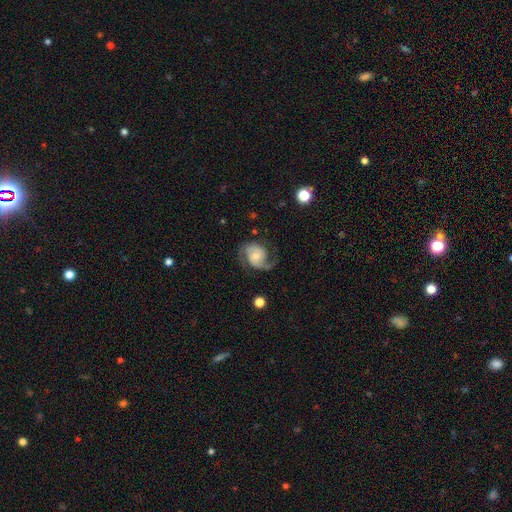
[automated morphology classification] This appears to be a featured or disk galaxy (85%) with no bar (62%), 2 (88%) medium (50%) spiral arms (96%) and a small central bulge (49%). Merging: none (68%).